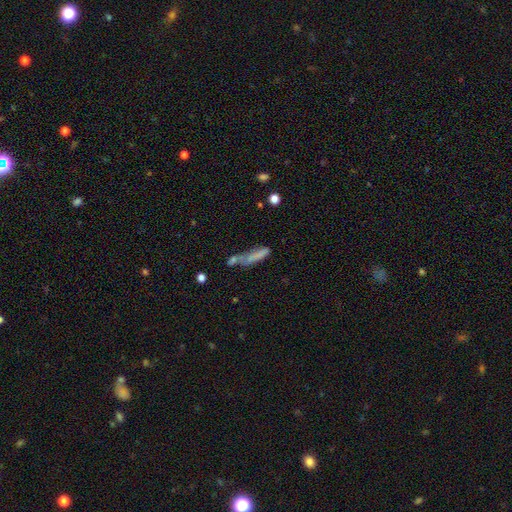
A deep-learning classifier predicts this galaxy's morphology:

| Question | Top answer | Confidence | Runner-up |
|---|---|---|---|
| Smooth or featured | smooth | 61% | featured or disk (27%) |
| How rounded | cigar-shaped | 78% | in between (20%) |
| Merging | none | 33% | merger (30%) |